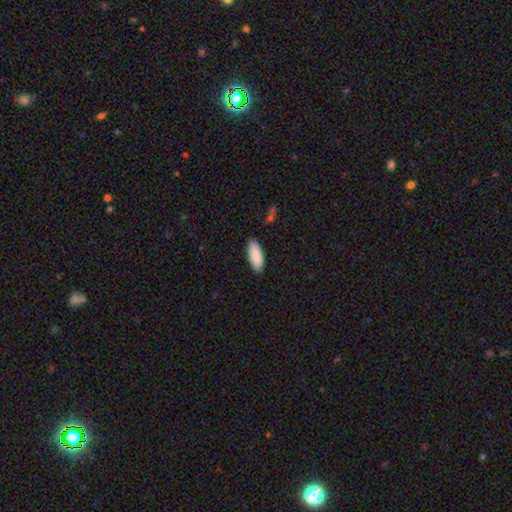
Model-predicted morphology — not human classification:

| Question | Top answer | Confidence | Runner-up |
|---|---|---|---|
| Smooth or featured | smooth | 90% | star or artifact (6%) |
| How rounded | in between | 71% | cigar-shaped (27%) |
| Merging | none | 89% | minor disturbance (8%) |